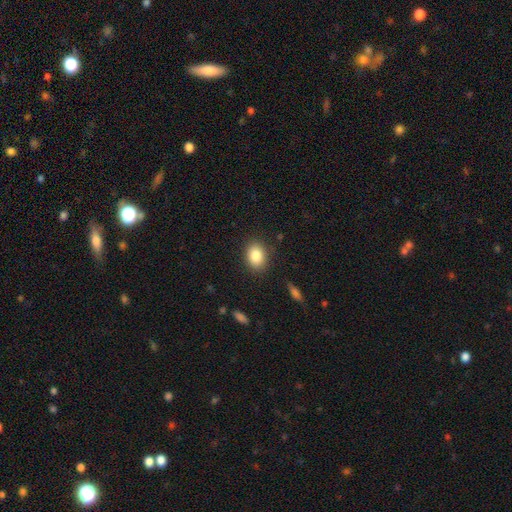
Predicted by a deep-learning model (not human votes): Smooth or featured: smooth — 84% (star or artifact — 9%)
How rounded: in between — 69% (round — 30%)
Merging: none — 87% (minor disturbance — 9%)